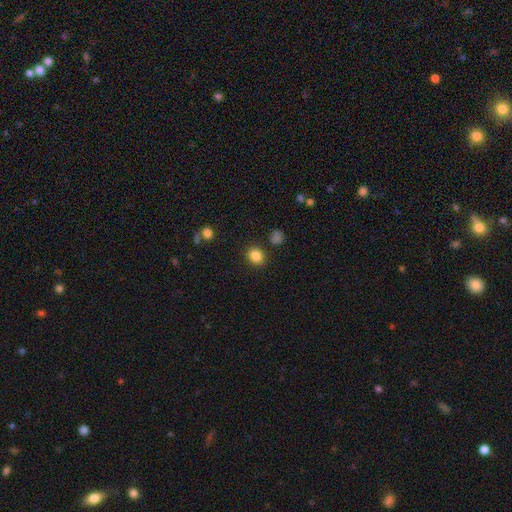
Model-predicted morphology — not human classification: Smooth or featured? smooth (84%)
How rounded? round (77%)
Merging? none (87%)